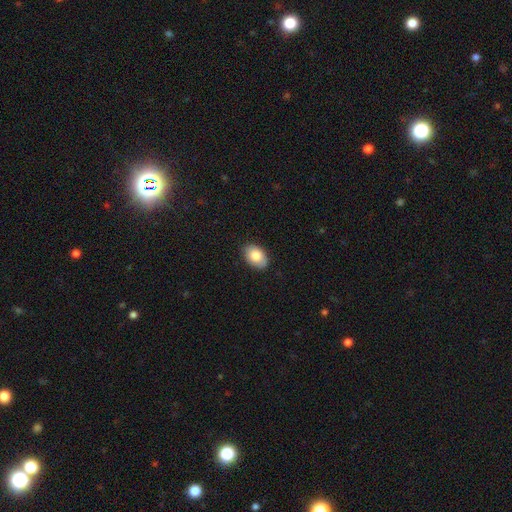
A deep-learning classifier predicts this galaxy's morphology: This appears to be a smooth galaxy with no disk features (81%) that is in between round and cigar-shaped (88%). Merging: none (85%).